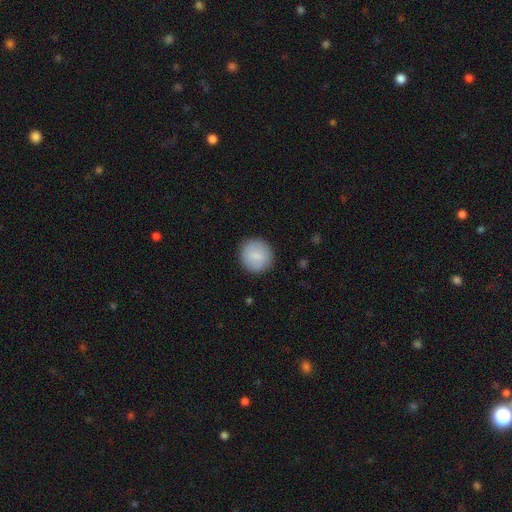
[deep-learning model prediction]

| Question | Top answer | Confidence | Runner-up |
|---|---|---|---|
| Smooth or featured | smooth | 82% | featured or disk (11%) |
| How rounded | round | 93% | in between (6%) |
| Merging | none | 89% | minor disturbance (7%) |